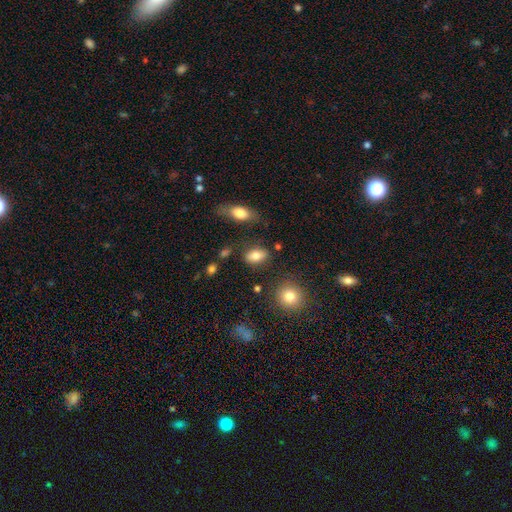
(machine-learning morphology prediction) smooth_or_featured: smooth (p=0.79) [alt: featured or disk p=0.12]
how_rounded: in between (p=0.85) [alt: round p=0.11]
merging: none (p=0.79) [alt: minor disturbance p=0.13]